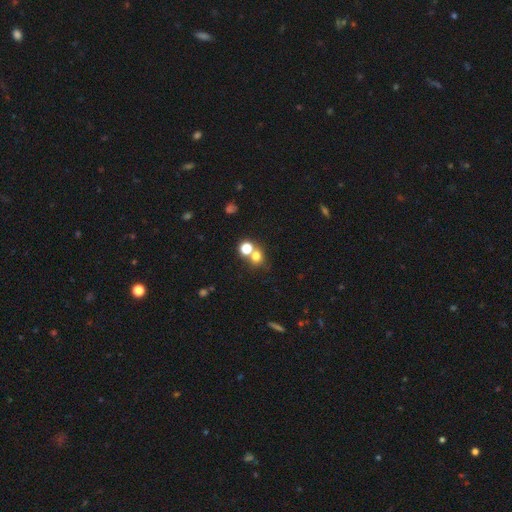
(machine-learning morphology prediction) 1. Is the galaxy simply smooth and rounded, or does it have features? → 70% smooth, 20% star or artifact, 10% featured or disk.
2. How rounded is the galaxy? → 78% round, 21% in between, 1% cigar-shaped.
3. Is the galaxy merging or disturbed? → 54% none, 35% merger, 8% minor disturbance, 4% major disturbance.